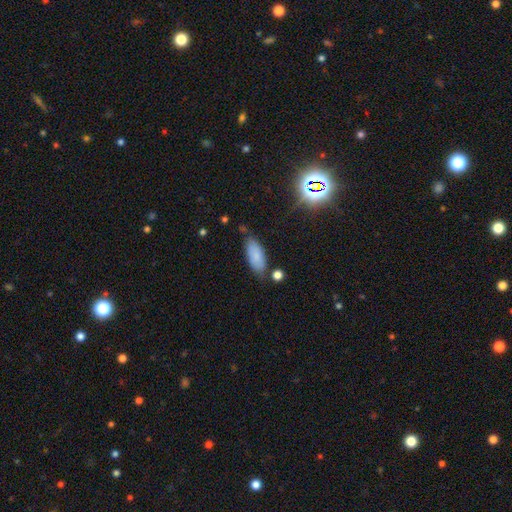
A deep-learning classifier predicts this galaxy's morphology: This appears to be a smooth galaxy with no disk features (83%) that is in between round and cigar-shaped (83%). Merging: none (70%).